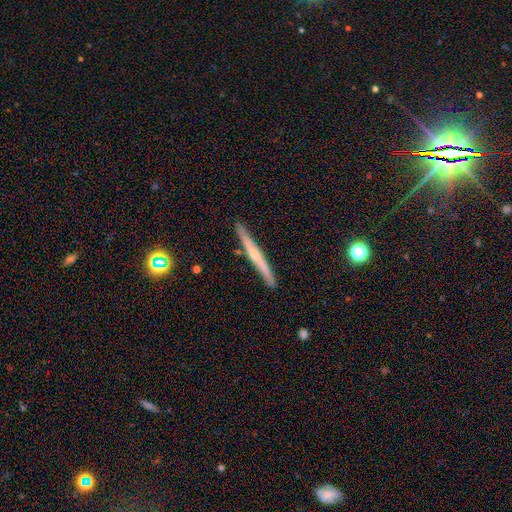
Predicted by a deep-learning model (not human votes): Q: Smooth or featured?
A: featured or disk (63%); runner-up: smooth (30%)
Q: Edge-on disk?
A: yes (97%); runner-up: no (3%)
Q: Edge-on bulge?
A: rounded (57%); runner-up: none (39%)
Q: Merging?
A: none (90%); runner-up: minor disturbance (7%)